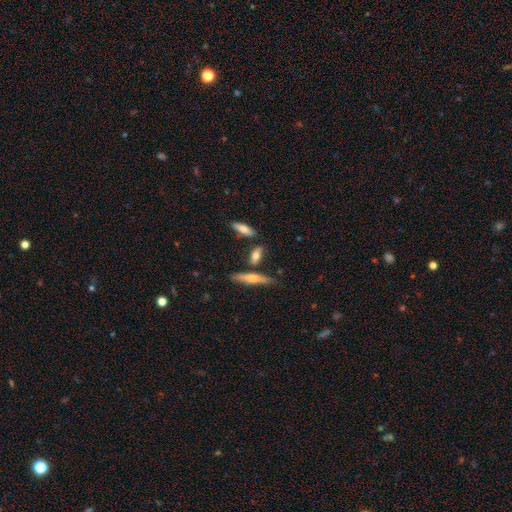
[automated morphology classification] Q: Smooth or featured?
A: smooth (66%); runner-up: featured or disk (27%)
Q: How rounded?
A: cigar-shaped (52%); runner-up: in between (43%)
Q: Merging?
A: none (68%); runner-up: minor disturbance (16%)